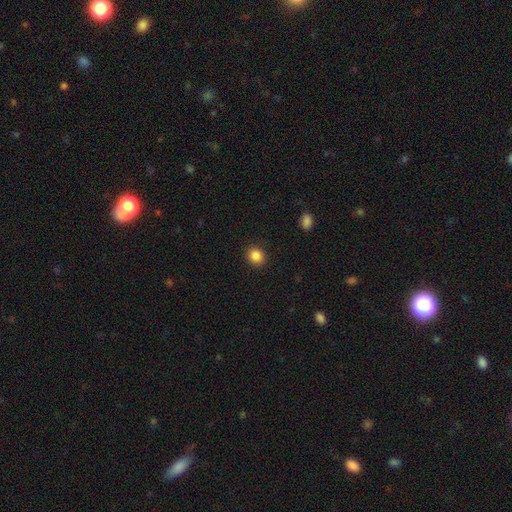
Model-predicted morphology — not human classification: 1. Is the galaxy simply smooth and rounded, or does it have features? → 86% smooth, 10% star or artifact, 4% featured or disk.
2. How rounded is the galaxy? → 79% round, 20% in between, 1% cigar-shaped.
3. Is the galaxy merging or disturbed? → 90% none, 7% minor disturbance, 2% major disturbance, 1% merger.